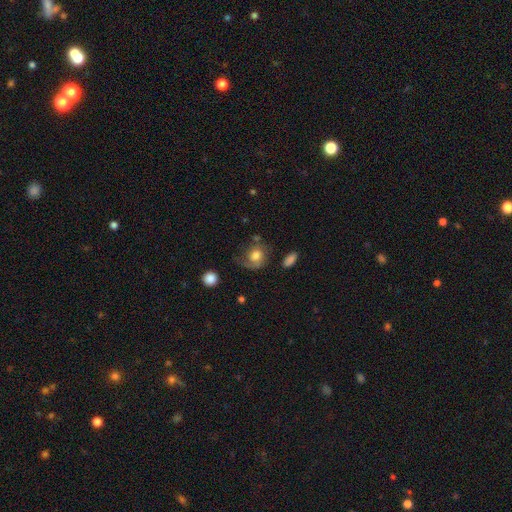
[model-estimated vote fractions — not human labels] Overall: featured or disk (49%; smooth 43%). Merging: none (46%; major disturbance 27%).